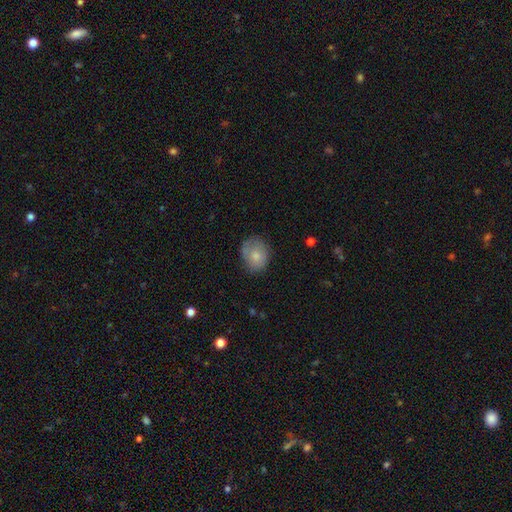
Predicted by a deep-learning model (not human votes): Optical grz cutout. It shows a smooth galaxy with no disk features (75%) that is round (53%). Merging: none (66%).